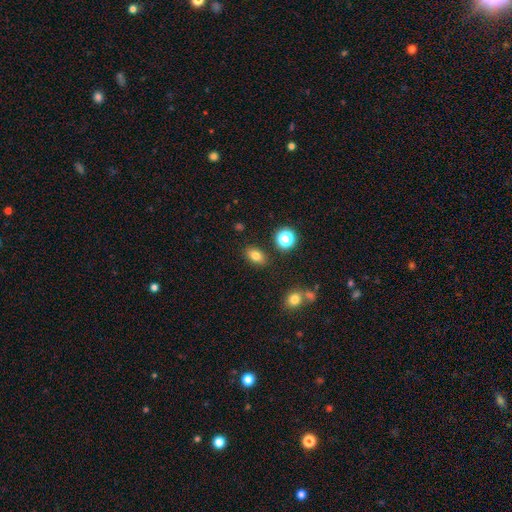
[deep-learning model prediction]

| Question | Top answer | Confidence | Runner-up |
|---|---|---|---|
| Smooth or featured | smooth | 78% | star or artifact (13%) |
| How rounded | in between | 81% | round (17%) |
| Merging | none | 84% | minor disturbance (10%) |